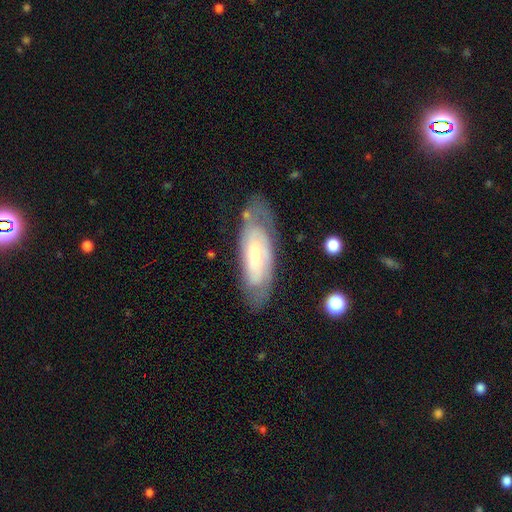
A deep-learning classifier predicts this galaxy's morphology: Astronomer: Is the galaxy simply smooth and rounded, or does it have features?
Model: featured or disk — 62%.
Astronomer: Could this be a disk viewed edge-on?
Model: no — 84%.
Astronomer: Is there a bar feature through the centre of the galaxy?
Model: no — 64%.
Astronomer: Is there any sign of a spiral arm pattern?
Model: yes — 78%.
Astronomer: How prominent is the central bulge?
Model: small — 61%.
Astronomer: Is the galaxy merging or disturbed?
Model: none — 67%.